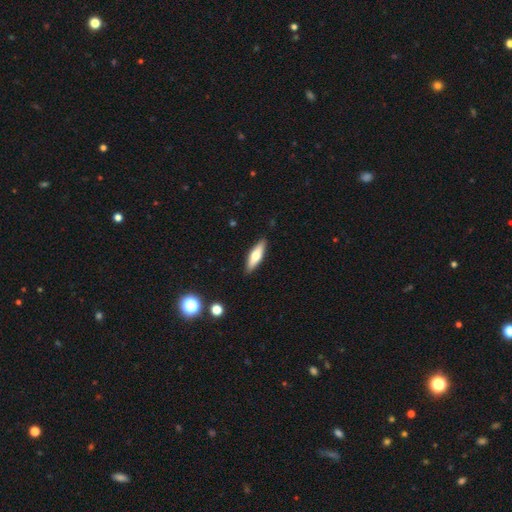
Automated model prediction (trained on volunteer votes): smooth_or_featured: smooth (p=0.61) [alt: featured or disk p=0.33]
how_rounded: cigar-shaped (p=0.56) [alt: in between p=0.42]
merging: none (p=0.89) [alt: minor disturbance p=0.08]